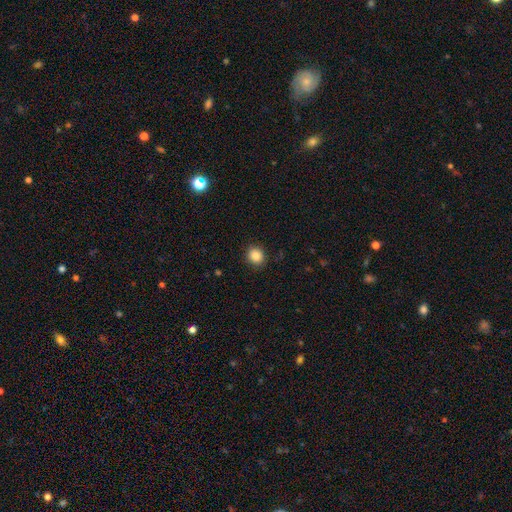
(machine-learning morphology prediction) A smooth galaxy with no disk features (87%) that is round (79%). Merging: none (89%).